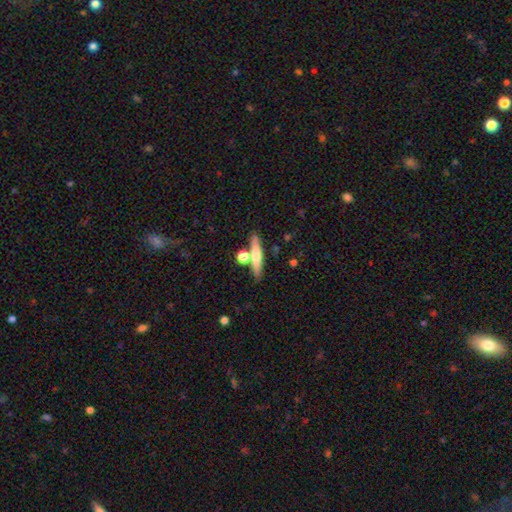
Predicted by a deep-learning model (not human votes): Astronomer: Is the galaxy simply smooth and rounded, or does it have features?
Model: smooth — 61%.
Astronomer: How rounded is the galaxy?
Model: cigar-shaped — 81%.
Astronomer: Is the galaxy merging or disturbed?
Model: none — 72%.